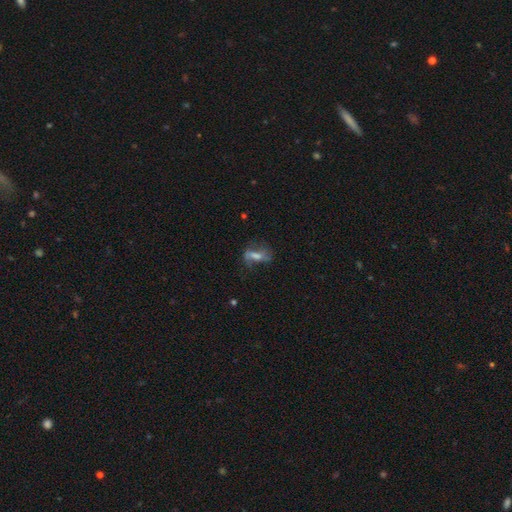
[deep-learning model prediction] The model was most divided on "smooth or featured": featured or disk: 50%, smooth: 35%, star or artifact: 15%. More confident: edge-on disk — no (84%); merging — none (51%).